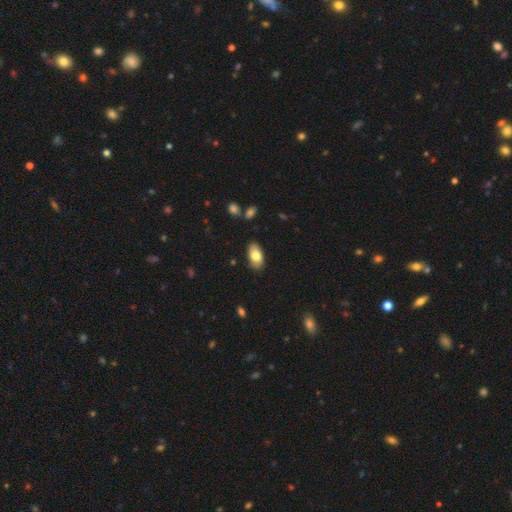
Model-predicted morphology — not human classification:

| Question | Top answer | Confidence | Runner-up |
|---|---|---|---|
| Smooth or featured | smooth | 79% | featured or disk (15%) |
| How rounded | in between | 94% | round (4%) |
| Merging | none | 83% | minor disturbance (13%) |